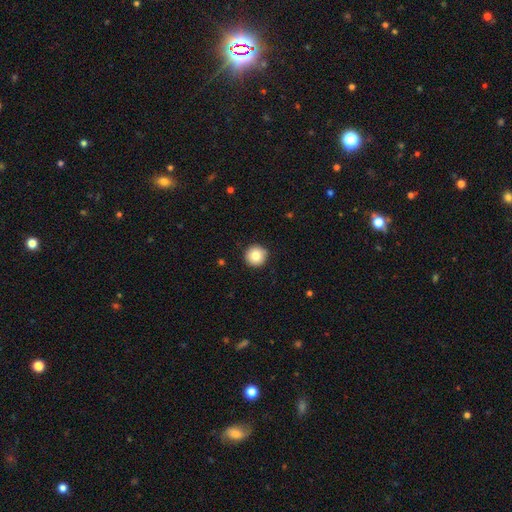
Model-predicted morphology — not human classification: A smooth galaxy with no disk features (84%) that is round (96%). Merging: none (91%).